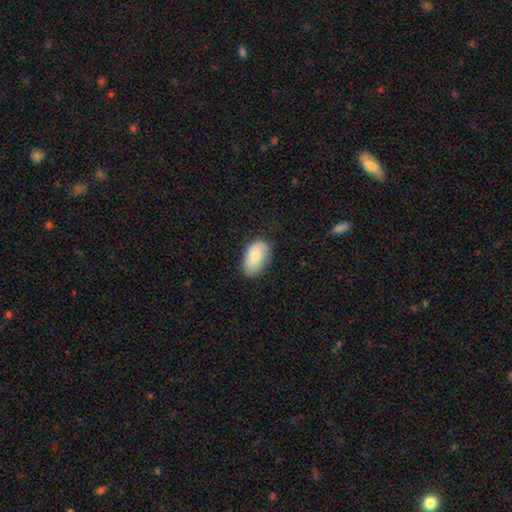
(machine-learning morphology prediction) This appears to be a smooth galaxy with no disk features (68%) that is in between round and cigar-shaped (89%). Merging: none (69%).